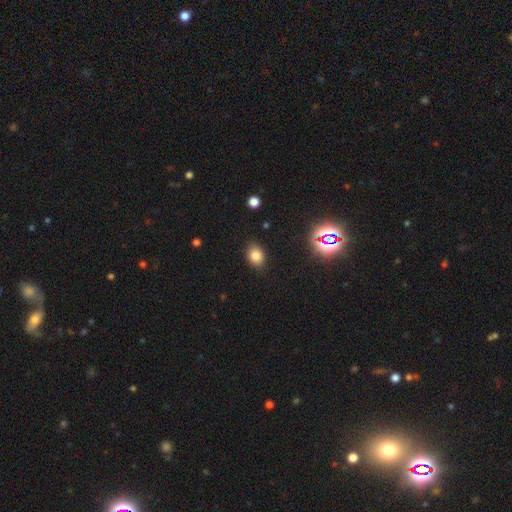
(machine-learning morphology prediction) smooth 79%, star or artifact 14%, featured or disk 7%. Down the decision tree: how rounded — in between (63%); merging — none (86%).